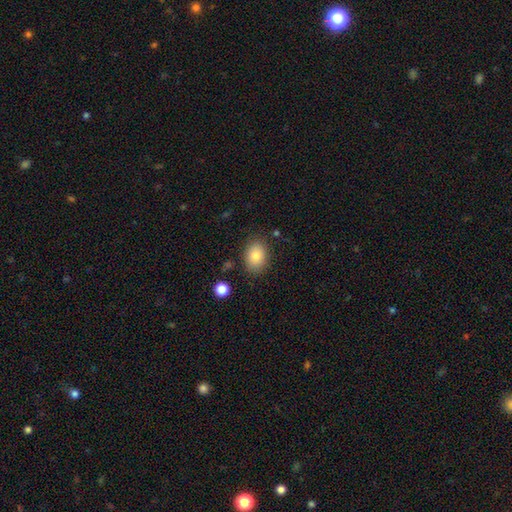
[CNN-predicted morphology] Smooth or featured? Predicted: smooth (p=0.82). How rounded? Predicted: in between (p=0.71). Merging? Predicted: none (p=0.83).